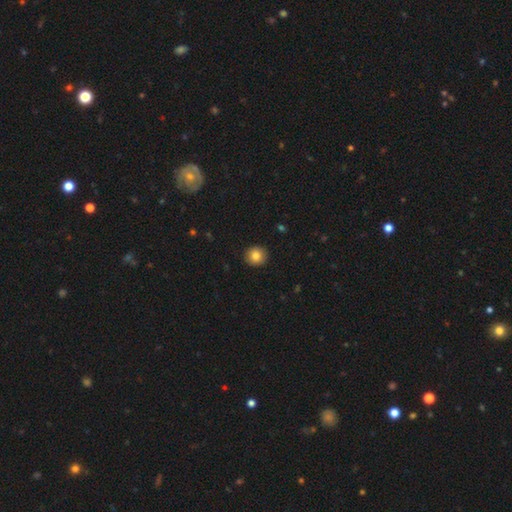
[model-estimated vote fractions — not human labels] A smooth galaxy with no disk features (84%) that is round (91%). Merging: none (92%).